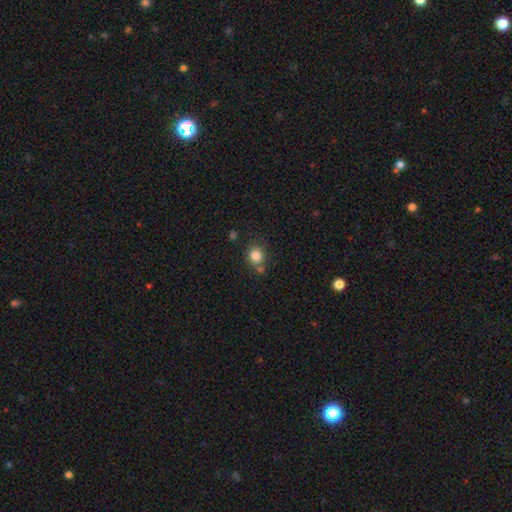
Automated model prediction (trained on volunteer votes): Smooth or featured? smooth (82%)
How rounded? round (83%)
Merging? none (69%)